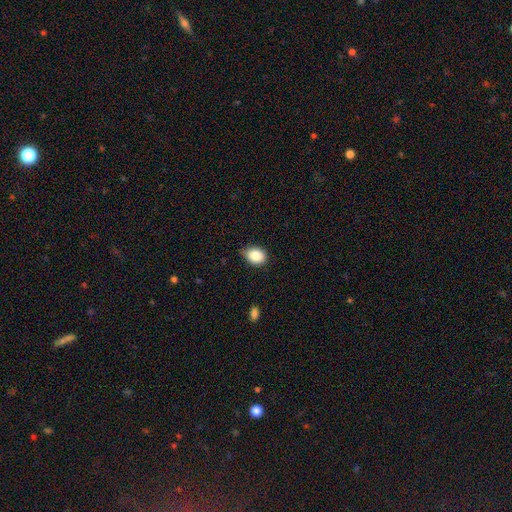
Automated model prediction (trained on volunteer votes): This is clearly a smooth galaxy (86%). How rounded: likely in between (69%). Merging: likely none (69%).